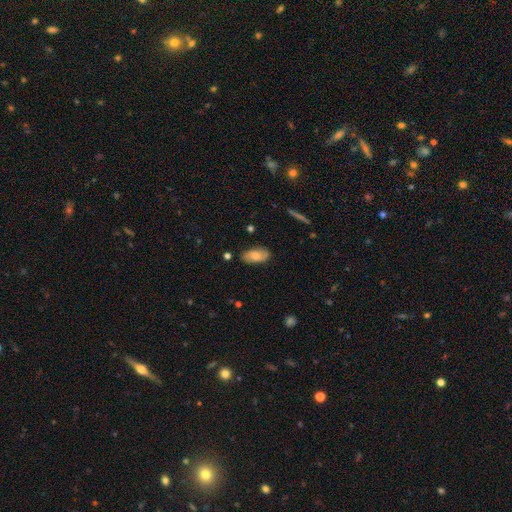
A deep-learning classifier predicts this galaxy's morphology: Smooth or featured: smooth — 70% (featured or disk — 23%)
How rounded: in between — 92% (cigar-shaped — 5%)
Merging: none — 79% (minor disturbance — 16%)